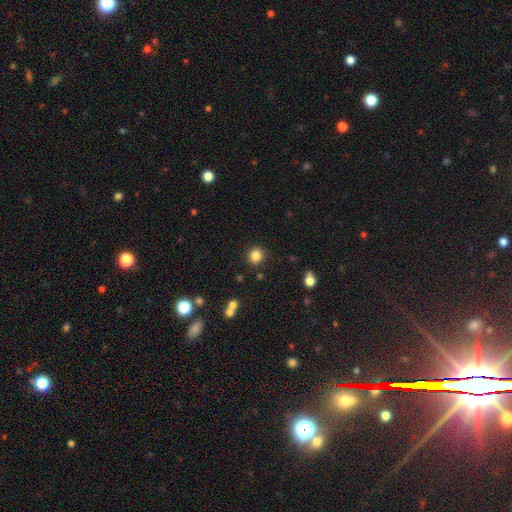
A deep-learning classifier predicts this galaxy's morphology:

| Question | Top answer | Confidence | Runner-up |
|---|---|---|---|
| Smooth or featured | smooth | 84% | star or artifact (11%) |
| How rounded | round | 87% | in between (12%) |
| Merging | none | 89% | minor disturbance (6%) |